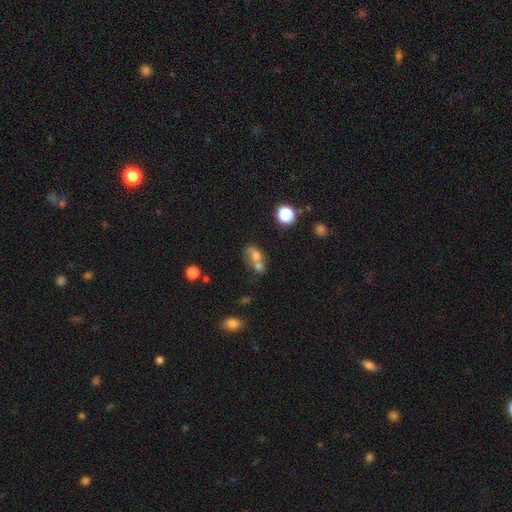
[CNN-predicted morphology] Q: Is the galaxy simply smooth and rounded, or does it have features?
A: smooth — 62%.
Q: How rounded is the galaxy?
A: in between — 54%.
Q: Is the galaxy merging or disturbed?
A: merger — 62%.